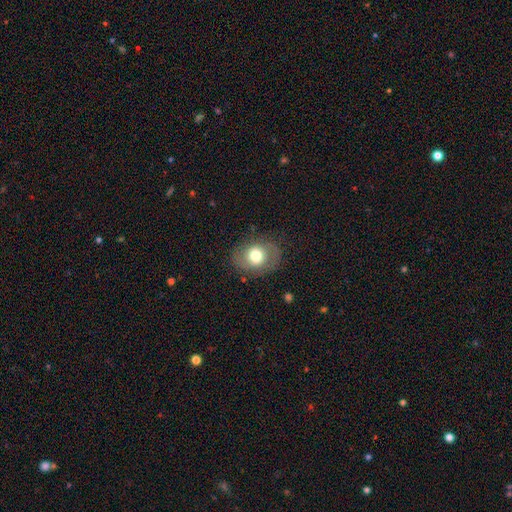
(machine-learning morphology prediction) smooth_or_featured: smooth (p=0.60) [alt: featured or disk p=0.31]
how_rounded: in between (p=0.55) [alt: round p=0.44]
merging: none (p=0.78) [alt: minor disturbance p=0.14]